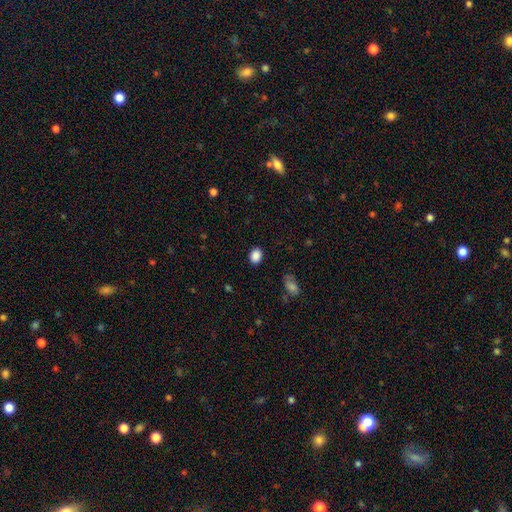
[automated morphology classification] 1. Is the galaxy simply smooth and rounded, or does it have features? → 88% smooth, 9% star or artifact, 3% featured or disk.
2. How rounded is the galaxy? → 58% in between, 41% round, 1% cigar-shaped.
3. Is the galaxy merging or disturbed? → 87% none, 9% minor disturbance, 3% major disturbance, 1% merger.